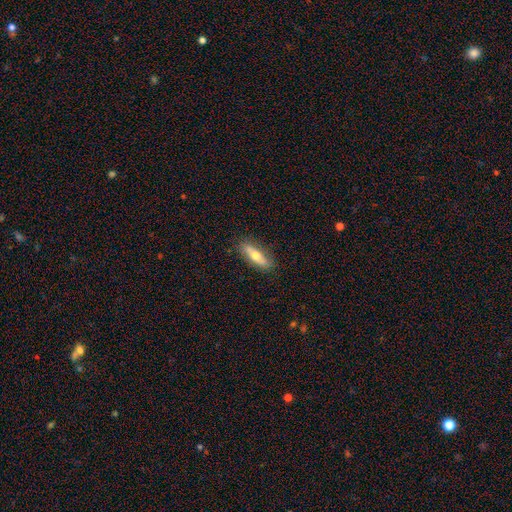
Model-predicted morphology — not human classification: smooth_or_featured: smooth (p=0.54) [alt: featured or disk p=0.40]
how_rounded: cigar-shaped (p=0.53) [alt: in between p=0.45]
merging: none (p=0.85) [alt: minor disturbance p=0.11]